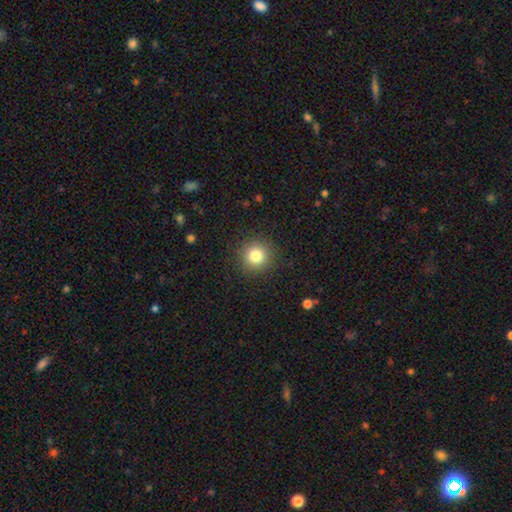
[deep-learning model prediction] smooth_or_featured: smooth (p=0.81) [alt: star or artifact p=0.12]
how_rounded: round (p=0.94) [alt: in between p=0.05]
merging: none (p=0.90) [alt: minor disturbance p=0.06]